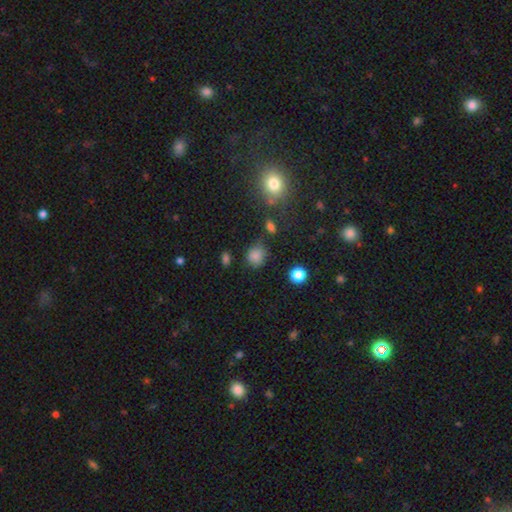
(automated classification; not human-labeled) Smooth or featured? Predicted: smooth (p=0.79). How rounded? Predicted: round (p=0.72). Merging? Predicted: none (p=0.64).